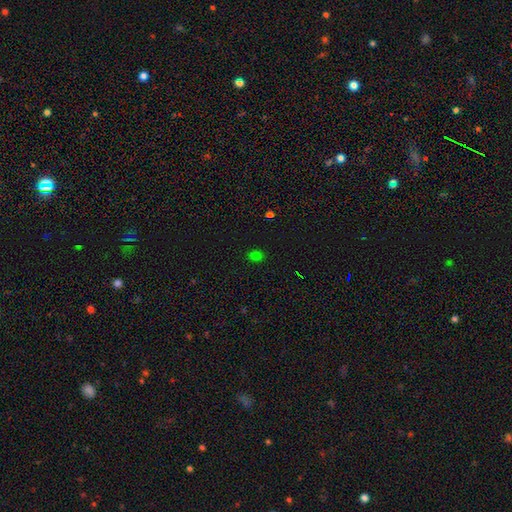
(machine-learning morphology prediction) Smooth or featured?
  - smooth: 72% *
  - star or artifact: 24%
  - featured or disk: 4%
How rounded?
  - in between: 65% *
  - round: 33%
  - cigar-shaped: 2%
Merging?
  - none: 86% *
  - minor disturbance: 10%
  - major disturbance: 3%
  - merger: 1%